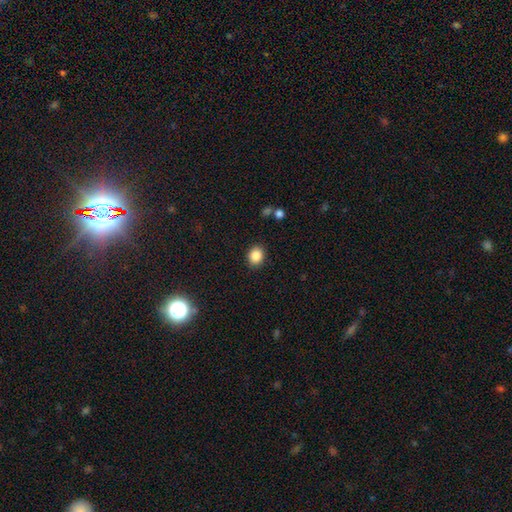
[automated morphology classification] smooth-or-featured: smooth: 86% | star or artifact: 9% | featured or disk: 4%
  how-rounded: round: 60% | in between: 39% | cigar-shaped: 1%
  merging: none: 89% | minor disturbance: 7% | major disturbance: 2% | merger: 1%